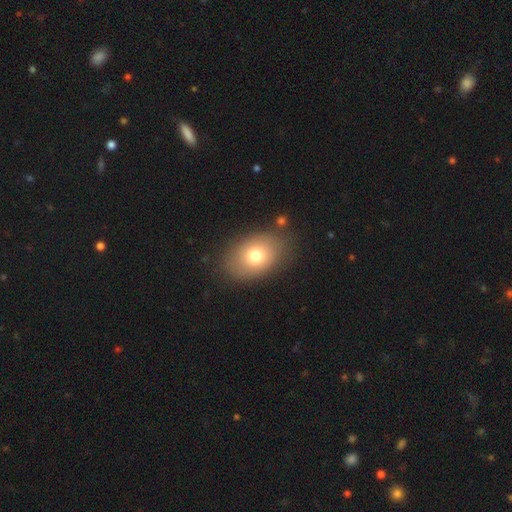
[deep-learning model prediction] Smooth or featured? smooth (74%)
How rounded? in between (80%)
Merging? none (80%)